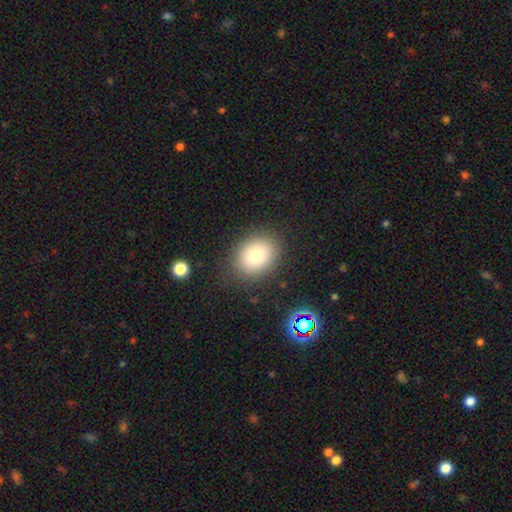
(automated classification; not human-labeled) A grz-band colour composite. It shows a smooth galaxy with no disk features (80%) that is in between round and cigar-shaped (55%). Merging: none (83%).